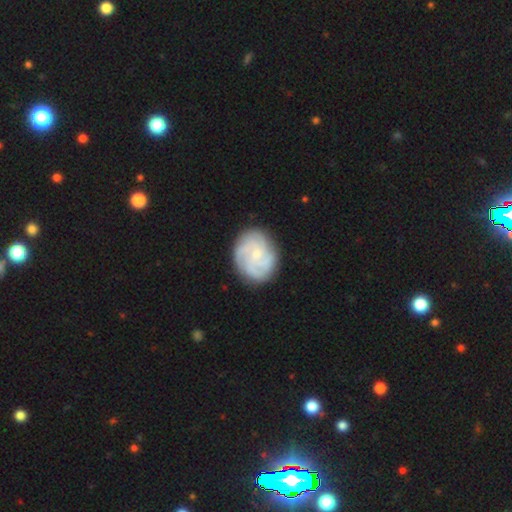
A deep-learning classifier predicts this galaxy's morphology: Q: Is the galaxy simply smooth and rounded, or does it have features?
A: featured or disk — 75%.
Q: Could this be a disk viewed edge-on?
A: no — 98%.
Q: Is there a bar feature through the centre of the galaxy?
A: no — 70%.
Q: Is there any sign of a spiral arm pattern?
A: yes — 95%.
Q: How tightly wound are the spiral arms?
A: tight — 59%.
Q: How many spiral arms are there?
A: can't tell — 27%.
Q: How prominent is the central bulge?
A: small — 61%.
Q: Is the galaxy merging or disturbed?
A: none — 80%.